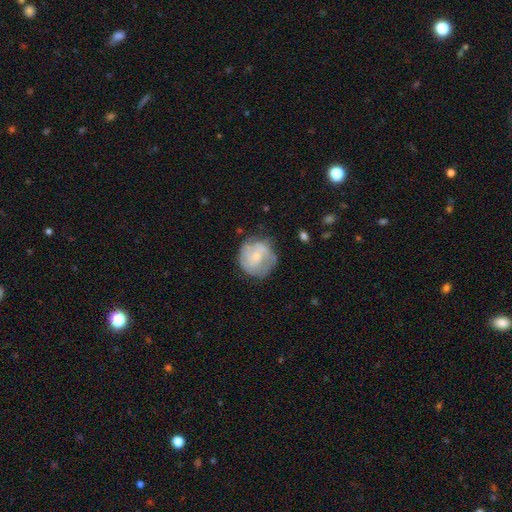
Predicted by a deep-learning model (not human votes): featured or disk 53%, smooth 41%, star or artifact 7%. Down the decision tree: edge-on disk — no (98%); bar — no (69%); spiral arms — yes (74%); bulge size — small (61%); merging — none (65%).